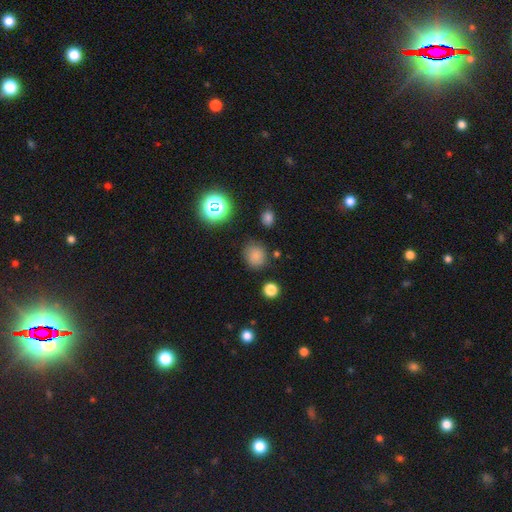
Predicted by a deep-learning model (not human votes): Smooth or featured? smooth (76%)
How rounded? round (79%)
Merging? none (78%)